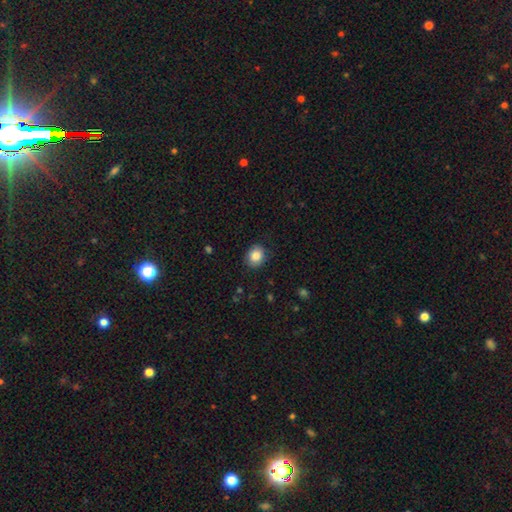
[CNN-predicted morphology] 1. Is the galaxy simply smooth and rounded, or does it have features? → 85% smooth, 8% star or artifact, 6% featured or disk.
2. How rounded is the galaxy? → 63% round, 36% in between, 1% cigar-shaped.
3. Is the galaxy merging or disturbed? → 84% none, 12% minor disturbance, 3% major disturbance, 1% merger.